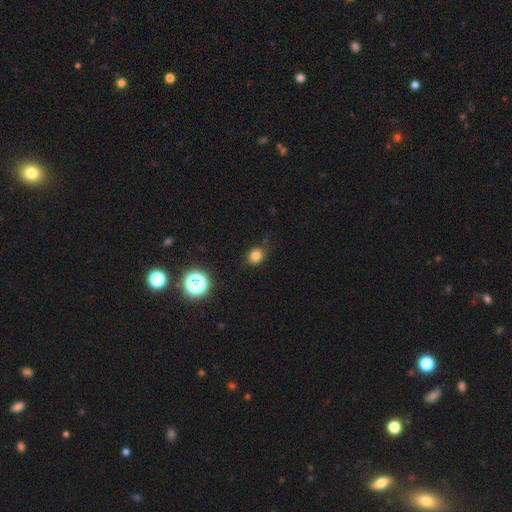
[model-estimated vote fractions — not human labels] smooth 79%, star or artifact 15%, featured or disk 5%. Down the decision tree: how rounded — round (71%); merging — none (79%).